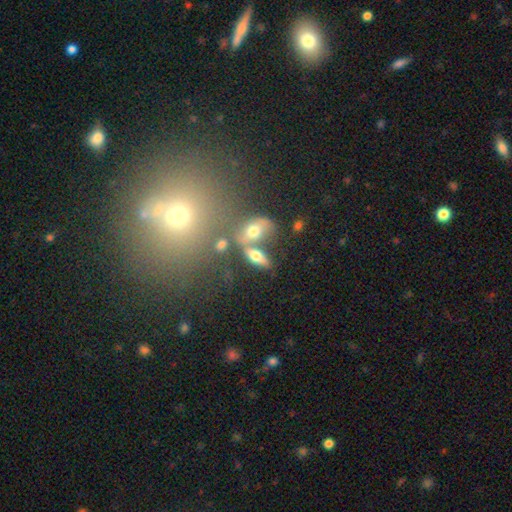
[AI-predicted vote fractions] A smooth galaxy with no disk features (59%) that is in between round and cigar-shaped (68%). Merging: none (49%).